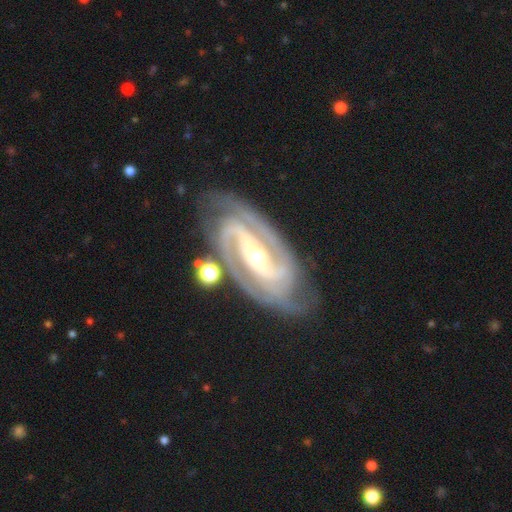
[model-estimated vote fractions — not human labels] Smooth or featured? featured or disk (92%)
Edge-on disk? no (96%)
Bar? strong (57%)
Spiral arms? yes (99%)
Spiral winding? tight (58%)
Spiral arm count? 2 (76%)
Bulge size? moderate (50%)
Merging? none (77%)